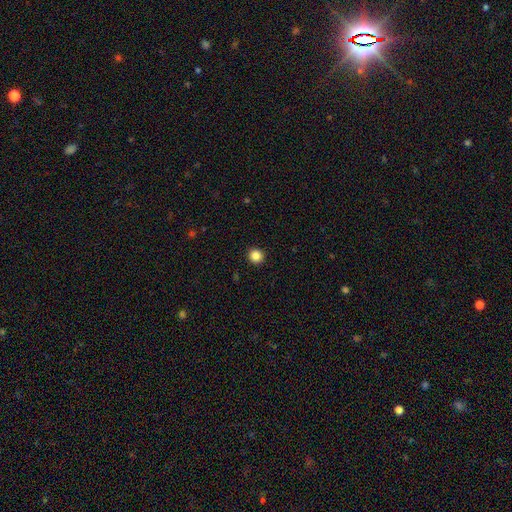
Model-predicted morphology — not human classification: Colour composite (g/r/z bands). It shows a smooth galaxy with no disk features (86%) that is round (92%). Merging: none (93%).